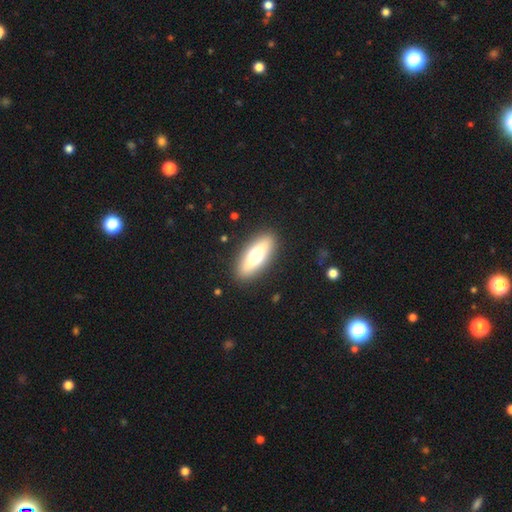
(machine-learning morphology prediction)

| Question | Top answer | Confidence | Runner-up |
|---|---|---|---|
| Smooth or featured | smooth | 60% | featured or disk (34%) |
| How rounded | in between | 62% | cigar-shaped (35%) |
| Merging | none | 89% | minor disturbance (8%) |